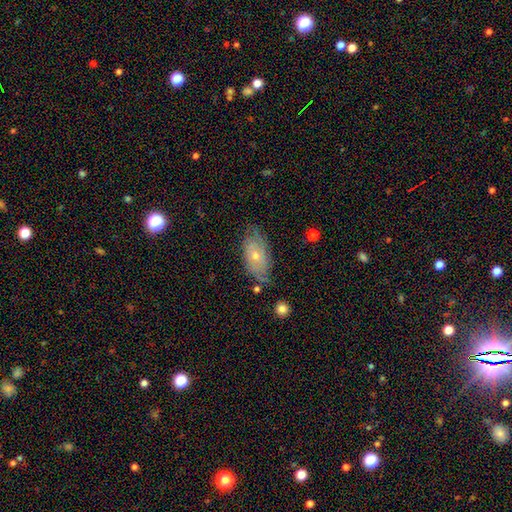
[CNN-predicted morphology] smooth_or_featured: featured or disk (p=0.57) [alt: smooth p=0.35]
disk_edge_on: no (p=0.89) [alt: yes p=0.11]
bar: no (p=0.82) [alt: weak p=0.15]
has_spiral_arms: yes (p=0.74) [alt: no p=0.26]
bulge_size: small (p=0.59) [alt: moderate p=0.38]
merging: none (p=0.65) [alt: minor disturbance p=0.25]